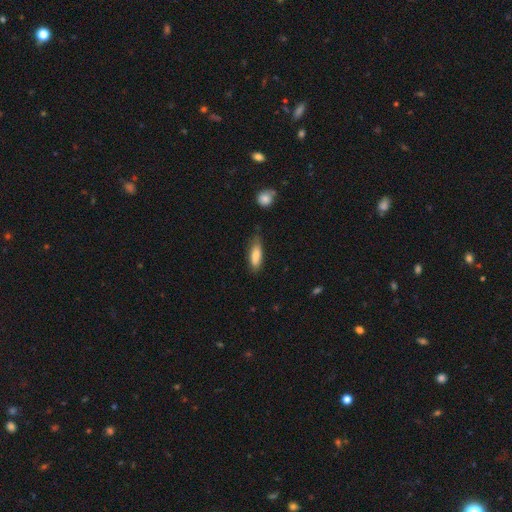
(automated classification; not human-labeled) Morphology: type=smooth (80%); roundness=in between (53%); merging=none (63%).